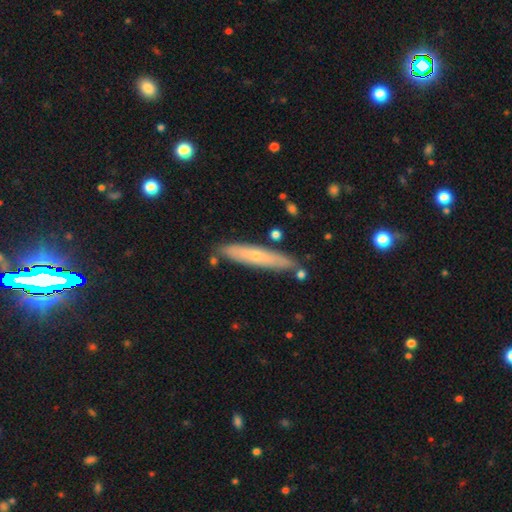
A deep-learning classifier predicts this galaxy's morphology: Smooth or featured? smooth (51%)
How rounded? cigar-shaped (90%)
Merging? none (84%)